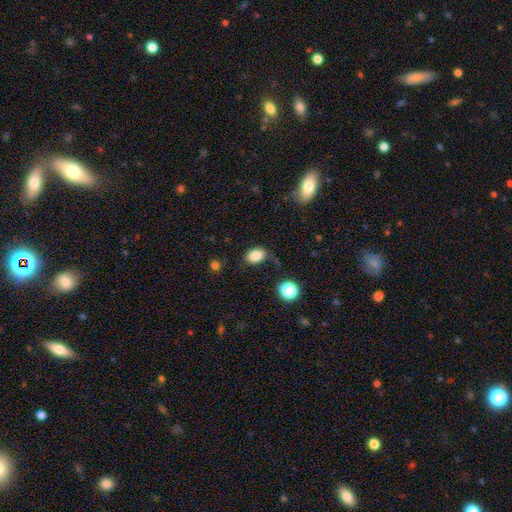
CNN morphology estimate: smooth 85%, star or artifact 10%, featured or disk 5%. Down the decision tree: how rounded — in between (81%); merging — none (68%).